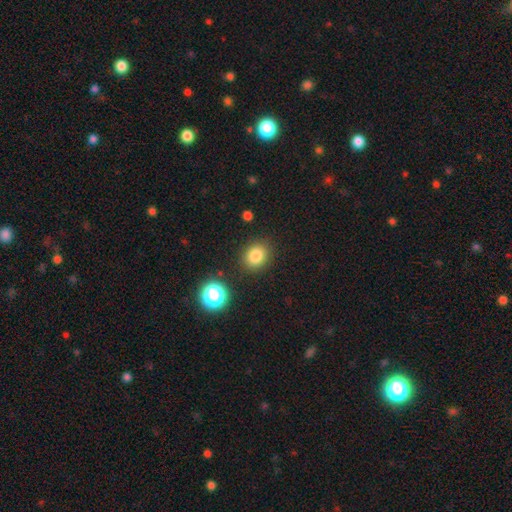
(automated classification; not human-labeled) Smooth or featured? smooth (82%)
How rounded? round (63%)
Merging? none (85%)